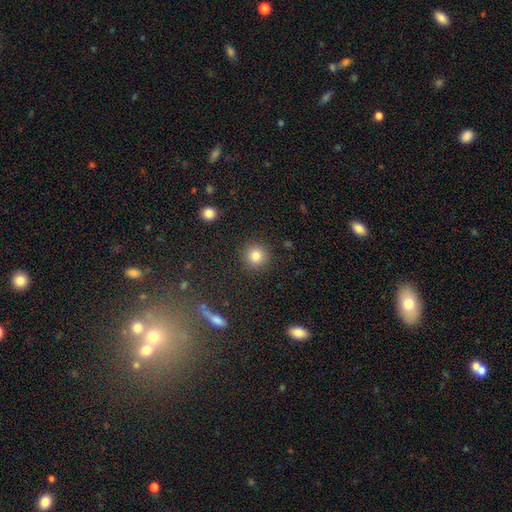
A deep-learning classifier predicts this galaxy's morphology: Smooth or featured? Predicted: smooth (p=0.83). How rounded? Predicted: round (p=0.93). Merging? Predicted: none (p=0.91).